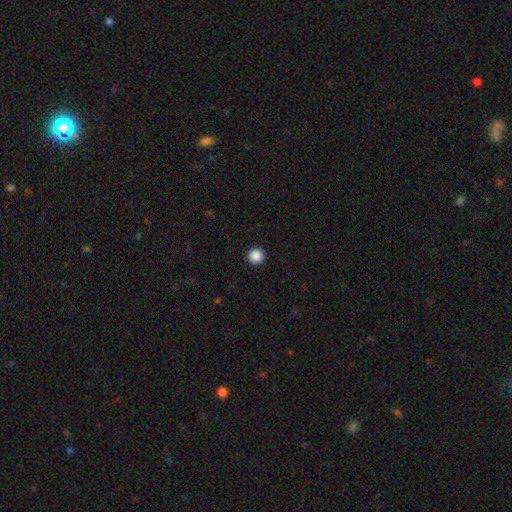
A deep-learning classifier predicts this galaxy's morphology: A smooth galaxy with no disk features (88%) that is round (97%). Merging: none (94%).